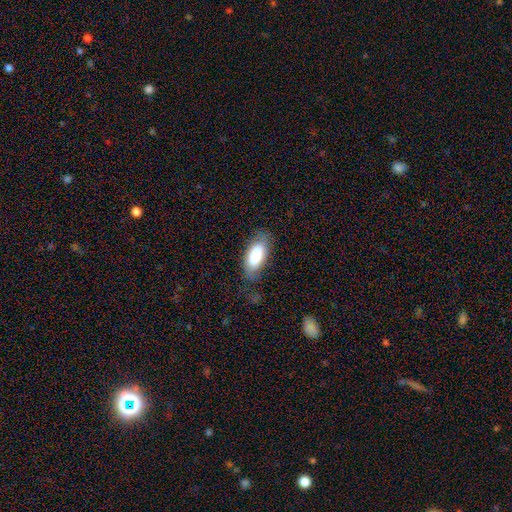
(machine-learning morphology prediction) smooth 80%, featured or disk 13%, star or artifact 7%. Down the decision tree: how rounded — in between (84%); merging — none (68%).